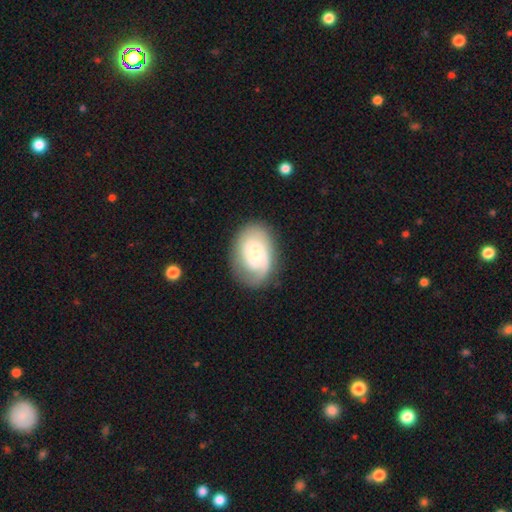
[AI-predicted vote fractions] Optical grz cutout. It shows a featured or disk galaxy (66%) with no bar (66%), 2 (45%) tight (50%) spiral arms (87%) and a small central bulge (59%). Merging: none (72%).